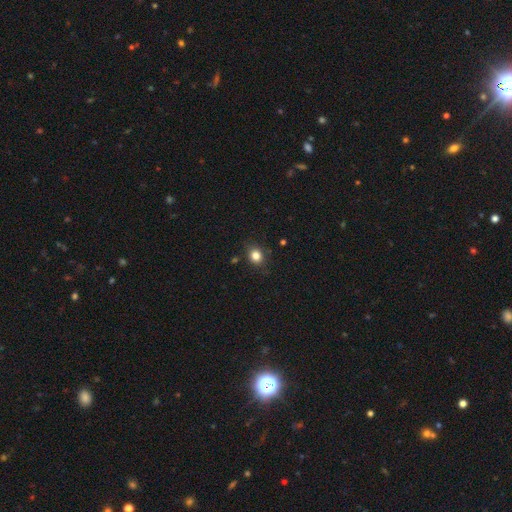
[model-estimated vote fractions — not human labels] smooth-or-featured: smooth: 82% | star or artifact: 12% | featured or disk: 6%
  how-rounded: round: 63% | in between: 36% | cigar-shaped: 1%
  merging: none: 84% | minor disturbance: 11% | major disturbance: 3% | merger: 2%